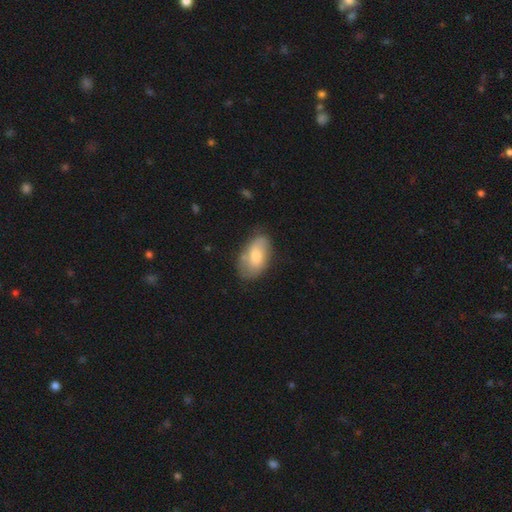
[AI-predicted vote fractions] Smooth or featured?
  - smooth: 66% *
  - featured or disk: 27%
  - star or artifact: 7%
How rounded?
  - in between: 92% *
  - round: 6%
  - cigar-shaped: 2%
Merging?
  - none: 66% *
  - minor disturbance: 25%
  - major disturbance: 6%
  - merger: 2%